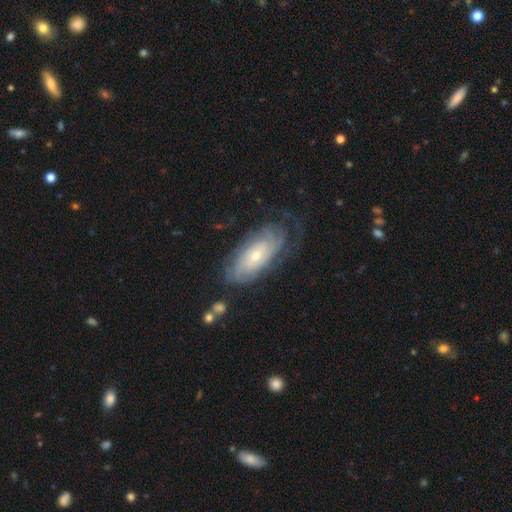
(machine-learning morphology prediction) A featured or disk galaxy (76%) with no bar (74%), tight (71%) spiral arms (89%) and a small central bulge (56%). Merging: none (62%).